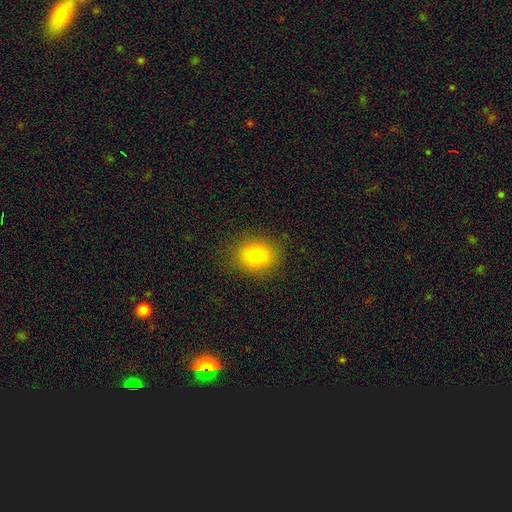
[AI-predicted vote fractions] Q: Smooth or featured?
A: smooth (79%); runner-up: star or artifact (12%)
Q: How rounded?
A: round (62%); runner-up: in between (37%)
Q: Merging?
A: none (87%); runner-up: minor disturbance (9%)